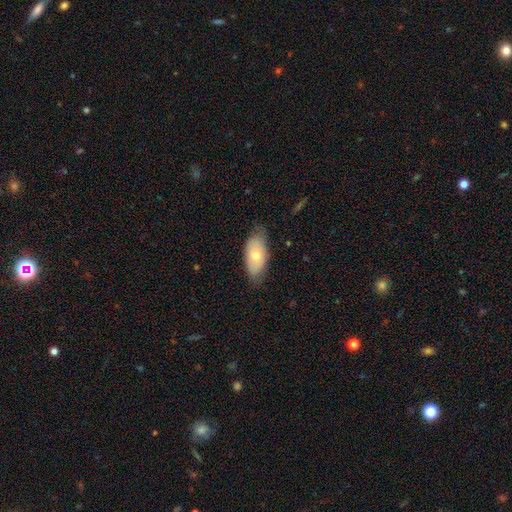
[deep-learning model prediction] A smooth galaxy with no disk features (62%) that is in between round and cigar-shaped (91%).

Vote fractions:
- Smooth or featured? smooth: 62% / featured or disk: 31% / star or artifact: 7%
- How rounded? in between: 91% / cigar-shaped: 5% / round: 4%
- Merging? none: 72% / minor disturbance: 23% / major disturbance: 4% / merger: 1%